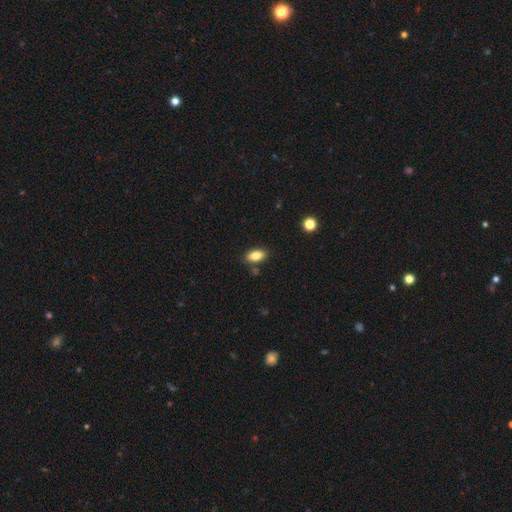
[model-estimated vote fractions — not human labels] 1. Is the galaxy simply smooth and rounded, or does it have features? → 83% smooth, 9% featured or disk, 8% star or artifact.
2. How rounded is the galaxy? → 90% in between, 5% cigar-shaped, 4% round.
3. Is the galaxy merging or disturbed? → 83% none, 10% minor disturbance, 4% merger, 2% major disturbance.